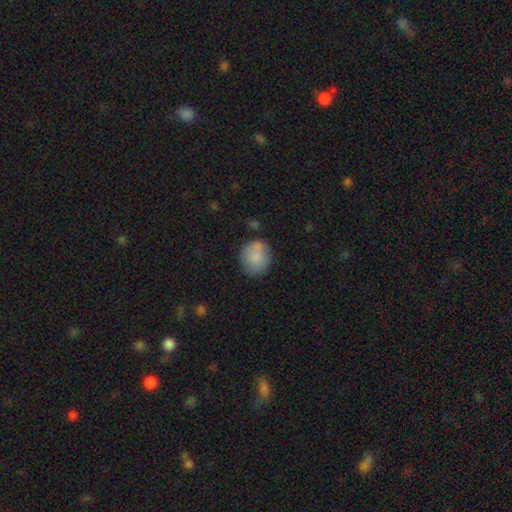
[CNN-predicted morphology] Smooth or featured? smooth (83%)
How rounded? round (81%)
Merging? none (67%)